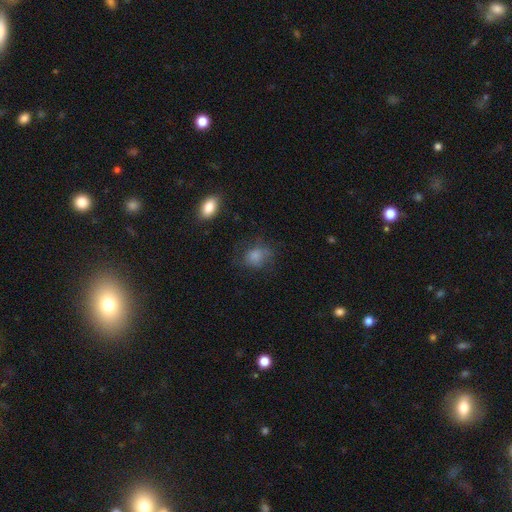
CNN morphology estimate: The model was most divided on "how rounded": round: 52%, in between: 47%, cigar-shaped: 1%. More confident: smooth or featured — smooth (75%); merging — none (52%).